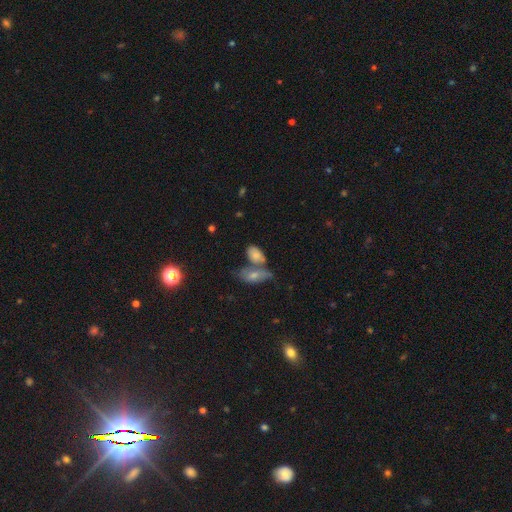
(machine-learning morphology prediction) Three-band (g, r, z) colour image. It shows a smooth galaxy with no disk features (73%) that is in between round and cigar-shaped (87%). Merging: merger (44%).